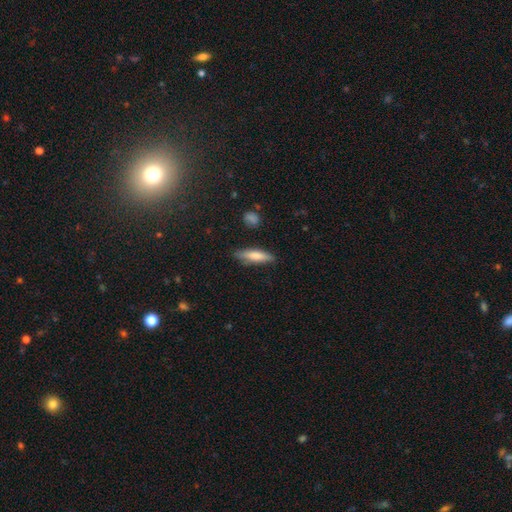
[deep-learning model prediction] Smooth or featured? smooth (73%)
How rounded? cigar-shaped (69%)
Merging? none (81%)